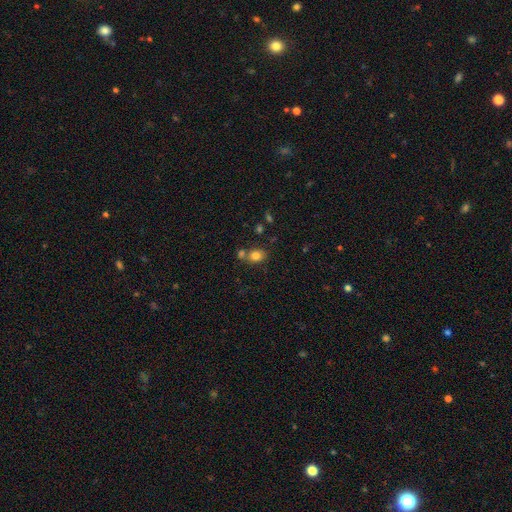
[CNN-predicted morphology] Smooth or featured?
  - smooth: 80% *
  - star or artifact: 11%
  - featured or disk: 9%
How rounded?
  - in between: 54% *
  - round: 45%
  - cigar-shaped: 1%
Merging?
  - none: 58% *
  - merger: 27%
  - minor disturbance: 11%
  - major disturbance: 4%